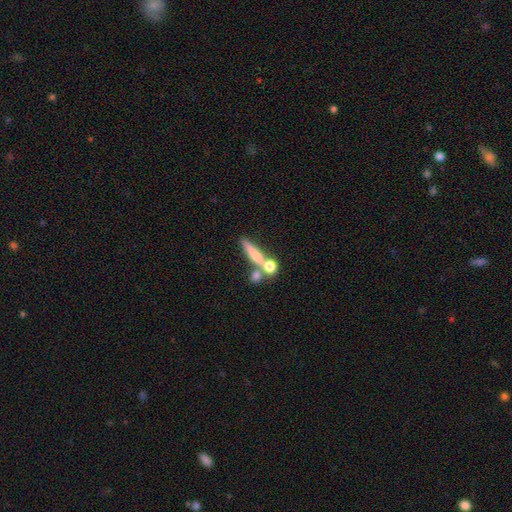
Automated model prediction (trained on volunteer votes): The model was most divided on "merging": none: 48%, merger: 33%, minor disturbance: 11%, major disturbance: 8%. More confident: smooth or featured — smooth (63%); how rounded — cigar-shaped (63%).